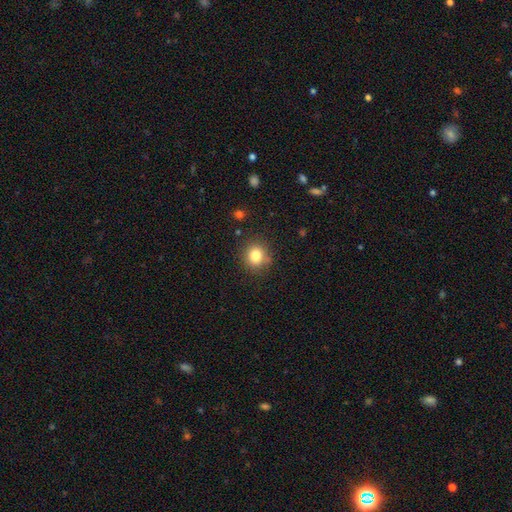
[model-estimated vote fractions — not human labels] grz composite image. It shows a smooth galaxy with no disk features (82%) that is round (80%). Merging: none (84%).